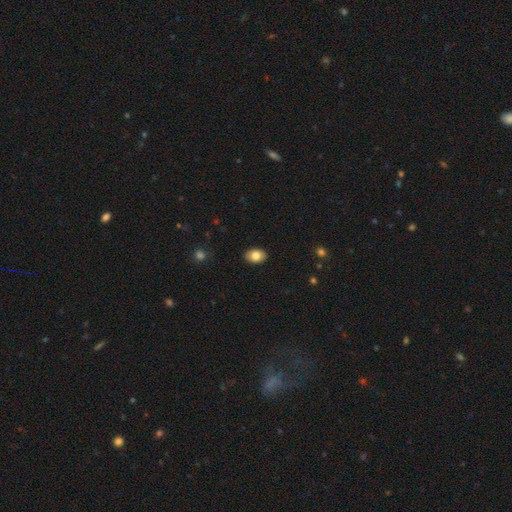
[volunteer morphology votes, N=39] Smooth or featured? 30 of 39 (77%) said smooth. How rounded? 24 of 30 (80%) said in between. Merging? 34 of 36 (94%) said none.